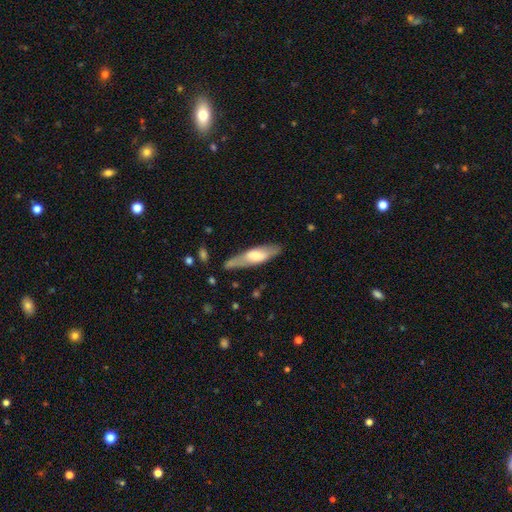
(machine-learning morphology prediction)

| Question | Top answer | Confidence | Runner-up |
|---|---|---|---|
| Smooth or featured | smooth | 53% | featured or disk (41%) |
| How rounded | cigar-shaped | 58% | in between (40%) |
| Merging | none | 71% | minor disturbance (20%) |